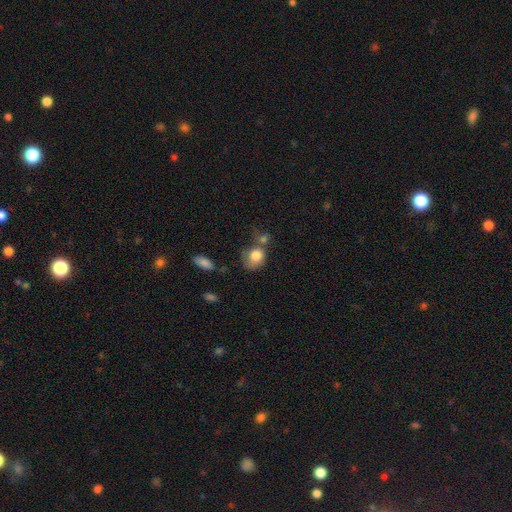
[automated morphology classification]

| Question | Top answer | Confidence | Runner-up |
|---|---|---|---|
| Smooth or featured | smooth | 80% | featured or disk (12%) |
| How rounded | round | 54% | in between (45%) |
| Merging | none | 33% | merger (29%) |